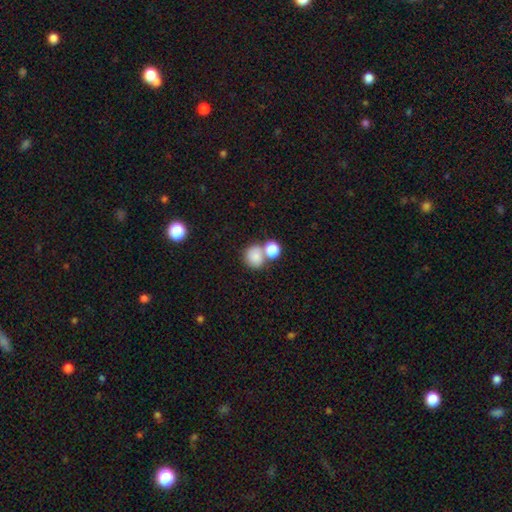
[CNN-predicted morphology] Q: Smooth or featured?
A: smooth (82%); runner-up: star or artifact (10%)
Q: How rounded?
A: round (81%); runner-up: in between (18%)
Q: Merging?
A: none (47%); runner-up: merger (40%)